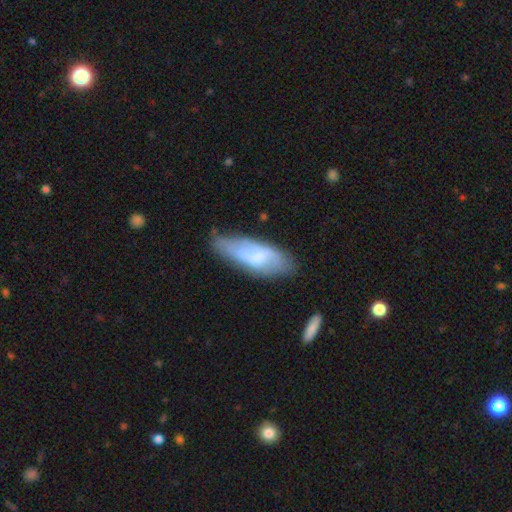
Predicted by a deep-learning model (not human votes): smooth_or_featured: smooth (p=0.51) [alt: featured or disk p=0.42]
how_rounded: in between (p=0.63) [alt: cigar-shaped p=0.35]
merging: none (p=0.57) [alt: minor disturbance p=0.29]